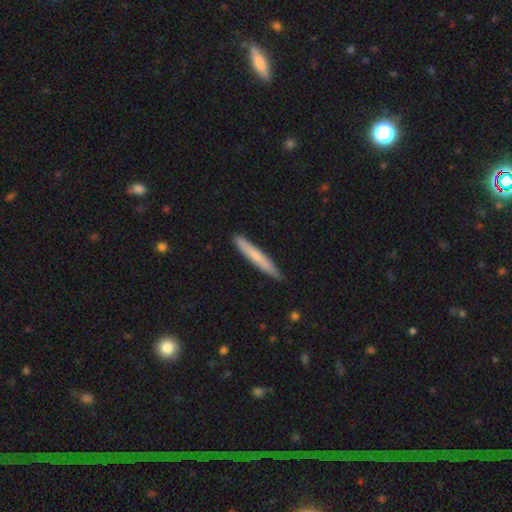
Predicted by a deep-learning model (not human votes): This is likely a smooth galaxy (68%). How rounded: clearly cigar-shaped (96%). Merging: clearly none (89%).